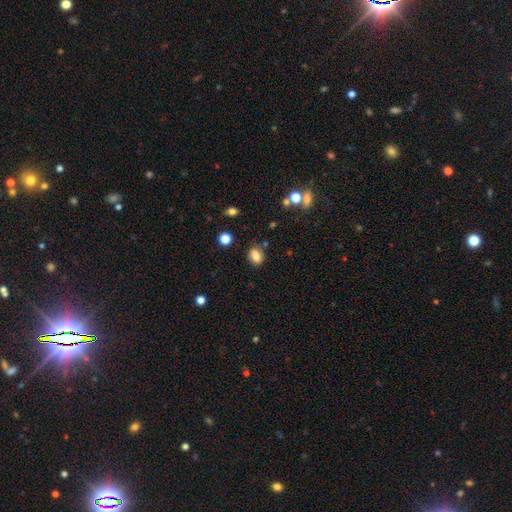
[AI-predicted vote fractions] Smooth or featured: smooth — 77% (featured or disk — 12%)
How rounded: in between — 63% (round — 35%)
Merging: none — 77% (minor disturbance — 14%)